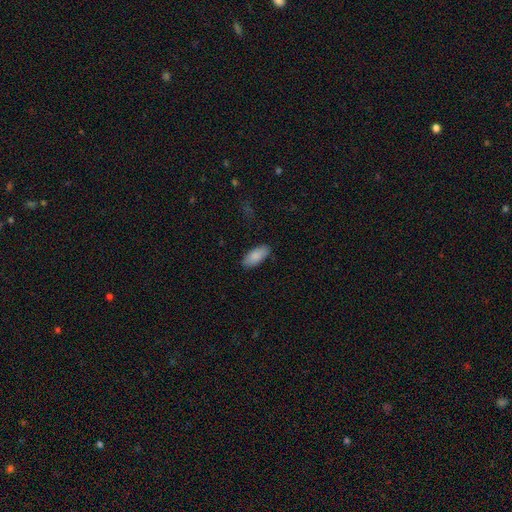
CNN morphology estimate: A smooth galaxy with no disk features (88%) that is in between round and cigar-shaped (89%). Merging: none (87%).